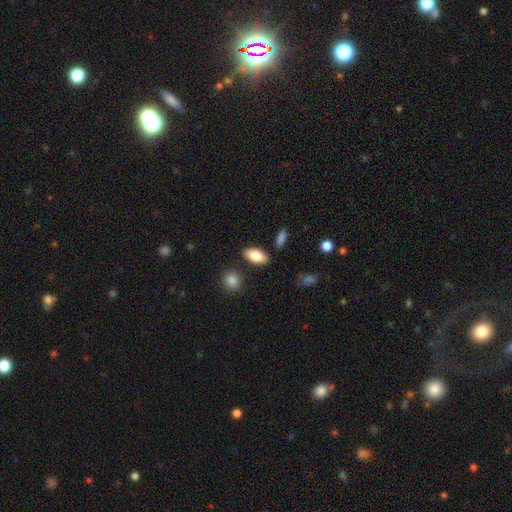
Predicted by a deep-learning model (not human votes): Smooth or featured: smooth — 83% (featured or disk — 11%)
How rounded: in between — 91% (cigar-shaped — 5%)
Merging: none — 84% (minor disturbance — 9%)